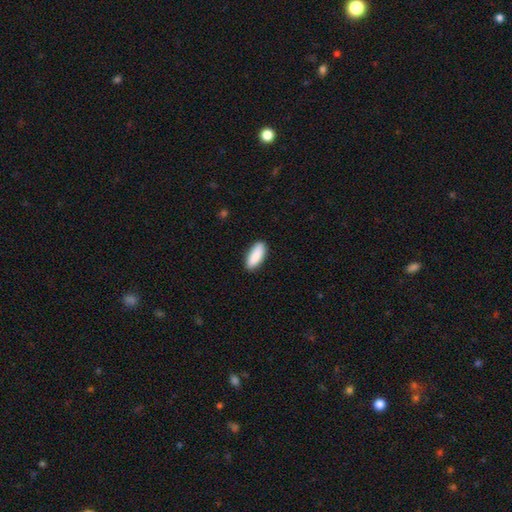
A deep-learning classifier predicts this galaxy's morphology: Smooth or featured: smooth — 89% (star or artifact — 6%)
How rounded: in between — 77% (cigar-shaped — 21%)
Merging: none — 88% (minor disturbance — 9%)